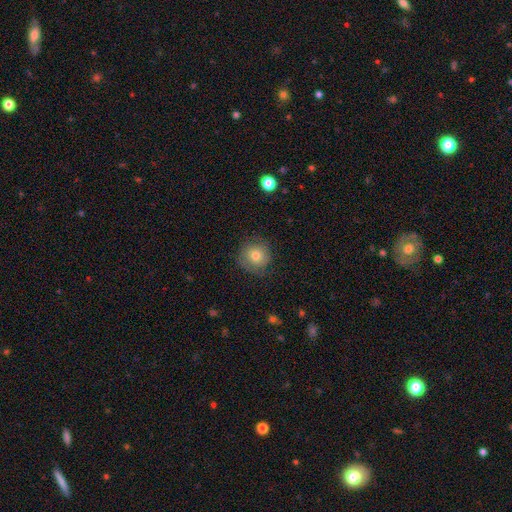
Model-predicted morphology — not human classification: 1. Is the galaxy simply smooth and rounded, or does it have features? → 74% smooth, 17% featured or disk, 9% star or artifact.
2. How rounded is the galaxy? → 92% round, 7% in between, 1% cigar-shaped.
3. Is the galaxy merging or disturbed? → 78% none, 16% minor disturbance, 5% major disturbance, 1% merger.